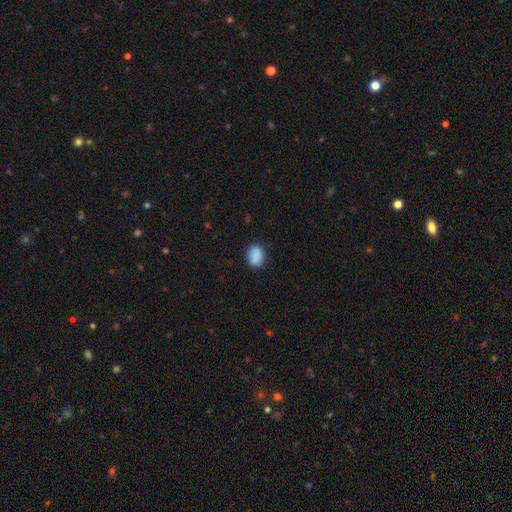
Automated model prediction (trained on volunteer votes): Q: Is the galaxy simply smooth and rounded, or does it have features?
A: smooth — 85%.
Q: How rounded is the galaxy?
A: in between — 61%.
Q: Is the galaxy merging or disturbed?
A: none — 82%.